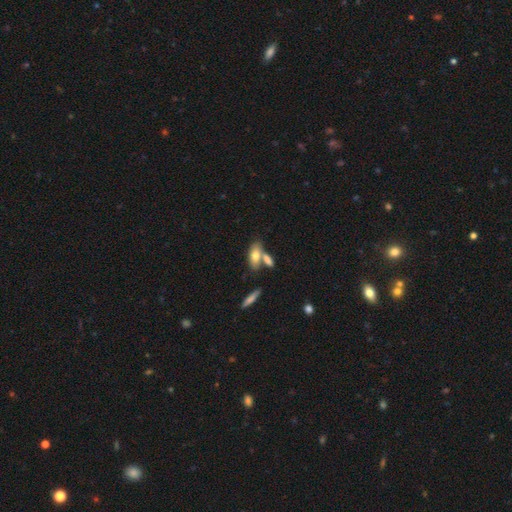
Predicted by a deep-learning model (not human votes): A smooth galaxy with no disk features (73%) that is in between round and cigar-shaped (78%).

Vote fractions:
- Smooth or featured? smooth: 73% / featured or disk: 20% / star or artifact: 7%
- How rounded? in between: 78% / cigar-shaped: 18% / round: 4%
- Merging? none: 47% / merger: 38% / minor disturbance: 11% / major disturbance: 4%